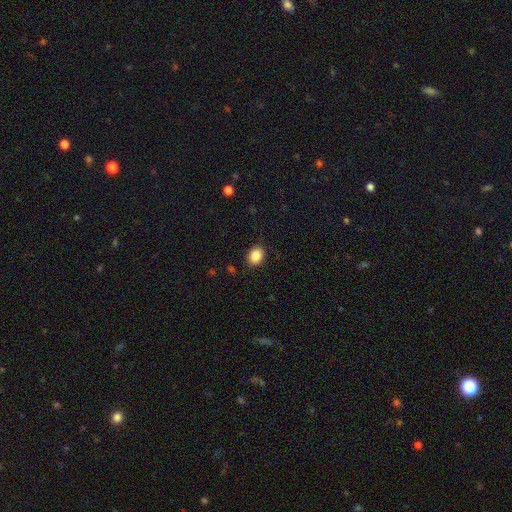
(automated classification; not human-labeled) Overall: smooth (87%). How rounded: in between (55%; round 44%). Merging: none (88%).